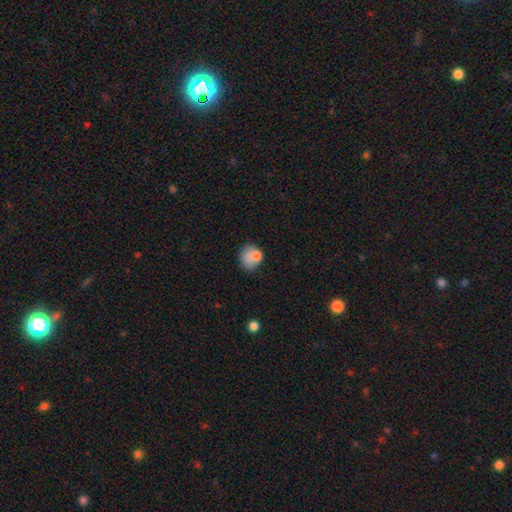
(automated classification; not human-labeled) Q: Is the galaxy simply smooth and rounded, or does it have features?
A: smooth — 74%.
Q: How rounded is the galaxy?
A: round — 59%.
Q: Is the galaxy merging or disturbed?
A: none — 44%.